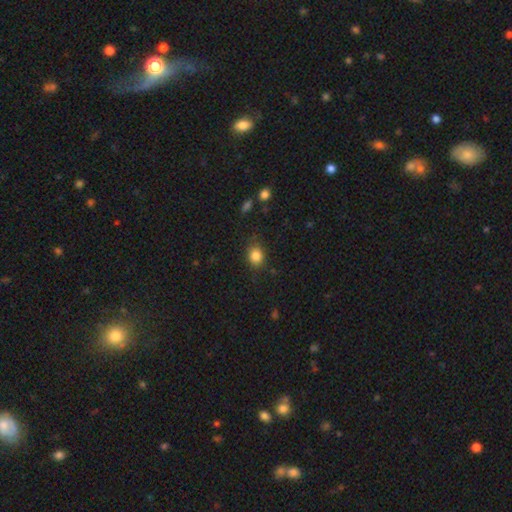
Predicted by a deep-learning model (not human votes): A smooth galaxy with no disk features (84%) that is round (62%). Merging: none (79%).